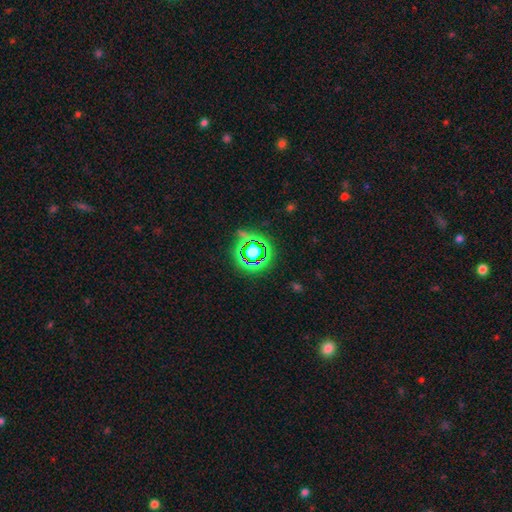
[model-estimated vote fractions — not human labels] smooth-or-featured: star or artifact: 65% | smooth: 26% | featured or disk: 9%